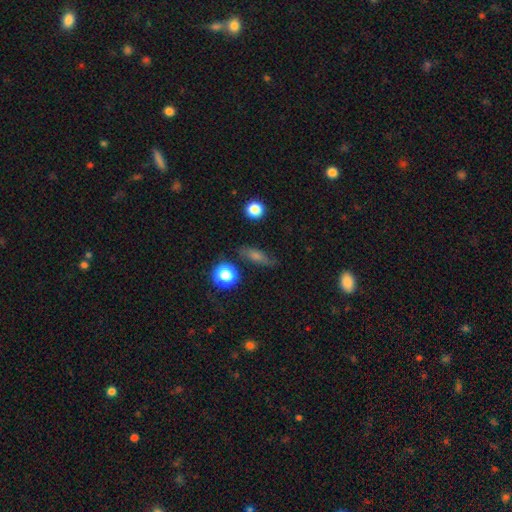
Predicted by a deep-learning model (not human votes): Morphology: type=smooth (57%); roundness=cigar-shaped (46%); merging=none (80%).